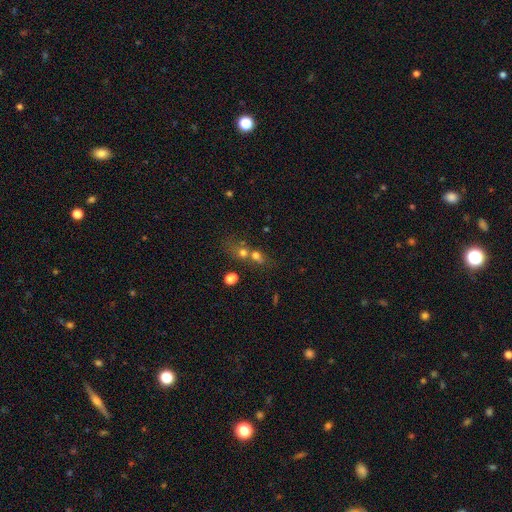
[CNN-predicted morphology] Q: Smooth or featured?
A: smooth (64%); runner-up: star or artifact (18%)
Q: How rounded?
A: round (59%); runner-up: in between (37%)
Q: Merging?
A: merger (58%); runner-up: none (27%)